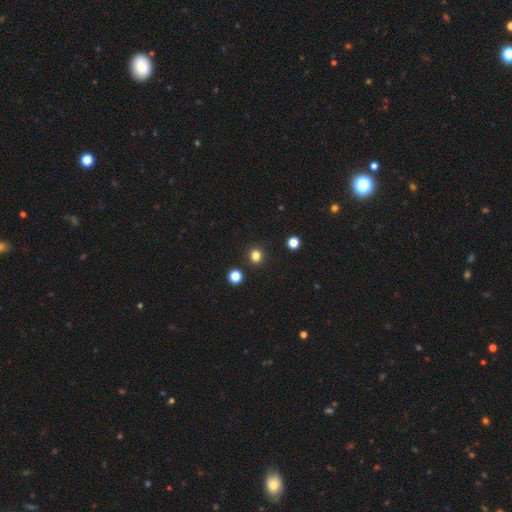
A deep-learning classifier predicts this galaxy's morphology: Smooth or featured: smooth — 81% (star or artifact — 15%)
How rounded: round — 87% (in between — 12%)
Merging: none — 91% (minor disturbance — 5%)